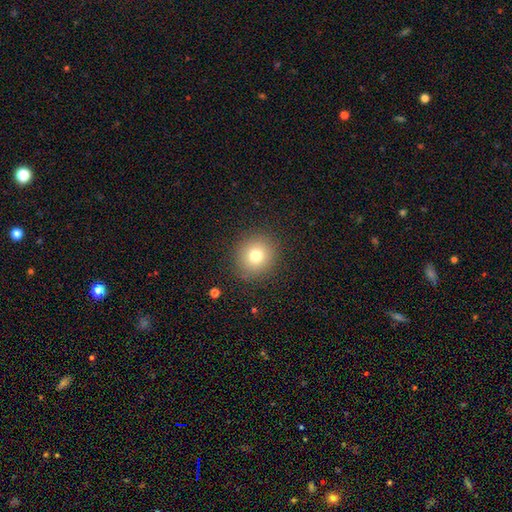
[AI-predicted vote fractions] The model was most divided on "smooth or featured": smooth: 77%, star or artifact: 13%, featured or disk: 10%. More confident: how rounded — round (90%); merging — none (89%).